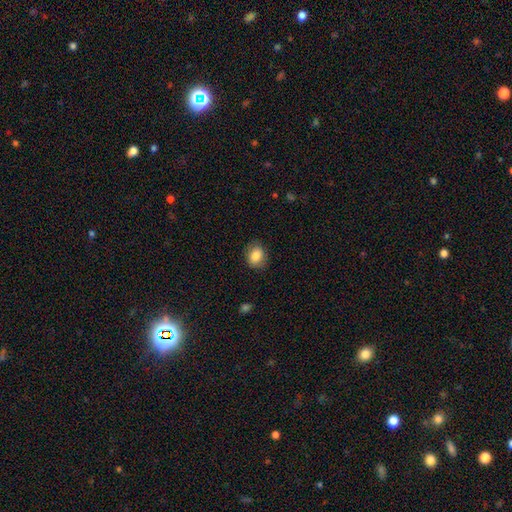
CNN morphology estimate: Q: Smooth or featured?
A: smooth (84%); runner-up: featured or disk (8%)
Q: How rounded?
A: in between (59%); runner-up: round (40%)
Q: Merging?
A: none (81%); runner-up: minor disturbance (14%)